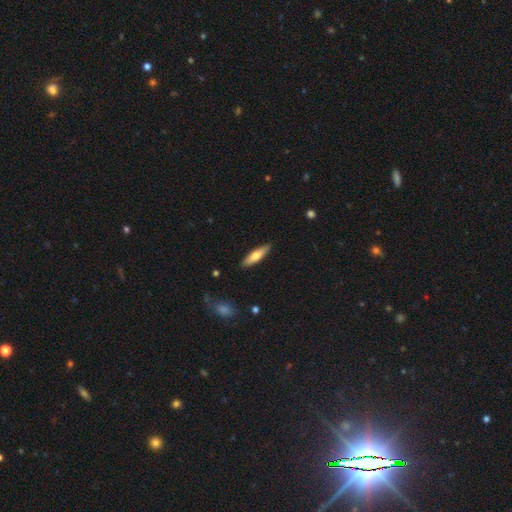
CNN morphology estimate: type=smooth (63%); roundness=cigar-shaped (70%); merging=none (89%).